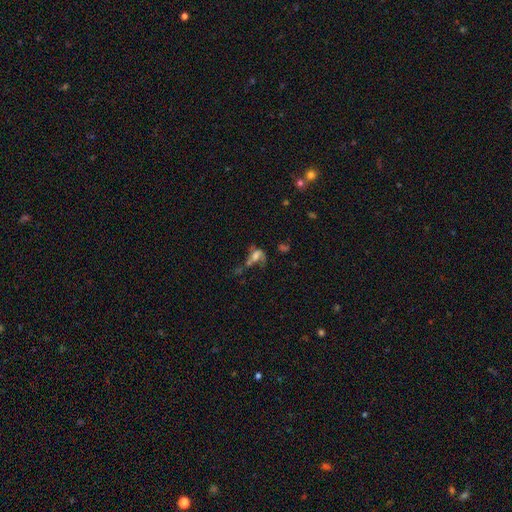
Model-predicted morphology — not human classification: smooth-or-featured: featured or disk: 45% | smooth: 37% | star or artifact: 18%
  merging: major disturbance: 37% | merger: 30% | none: 20% | minor disturbance: 12%